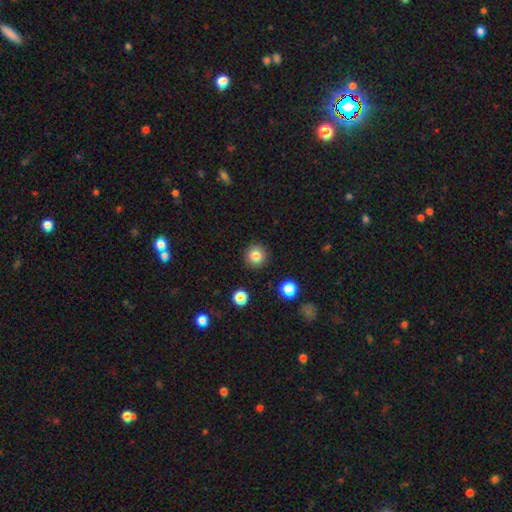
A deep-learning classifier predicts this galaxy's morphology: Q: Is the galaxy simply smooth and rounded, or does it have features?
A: smooth — 82%.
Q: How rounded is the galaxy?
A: round — 94%.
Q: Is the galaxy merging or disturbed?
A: none — 91%.